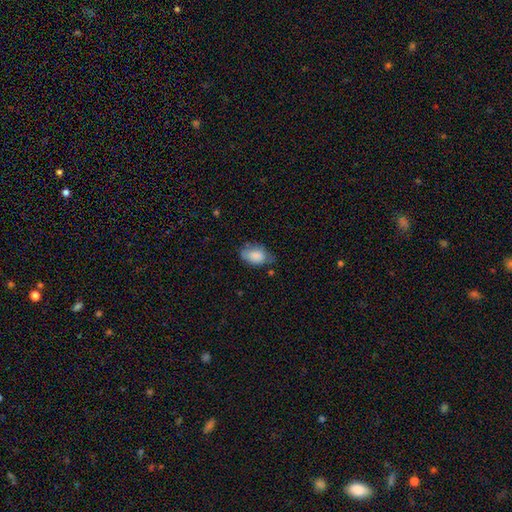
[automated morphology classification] Smooth or featured: smooth — 84% (featured or disk — 9%)
How rounded: in between — 89% (round — 10%)
Merging: none — 52% (minor disturbance — 36%)